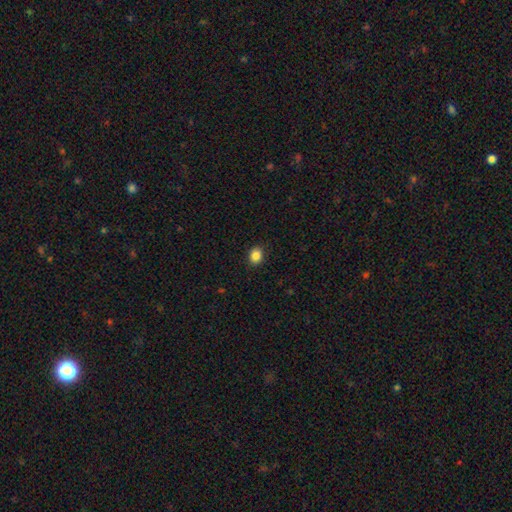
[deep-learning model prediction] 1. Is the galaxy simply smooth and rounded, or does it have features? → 86% smooth, 10% star or artifact, 4% featured or disk.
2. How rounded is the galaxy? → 57% round, 42% in between, 1% cigar-shaped.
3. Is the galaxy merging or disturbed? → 89% none, 8% minor disturbance, 2% major disturbance, 1% merger.